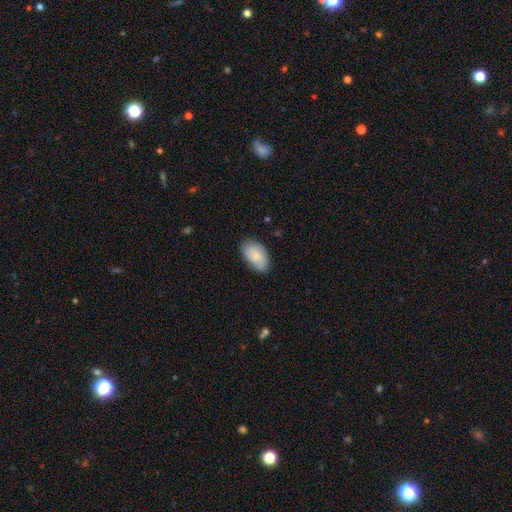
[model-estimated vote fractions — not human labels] Smooth or featured? Predicted: smooth (p=0.77). How rounded? Predicted: in between (p=0.93). Merging? Predicted: none (p=0.73).